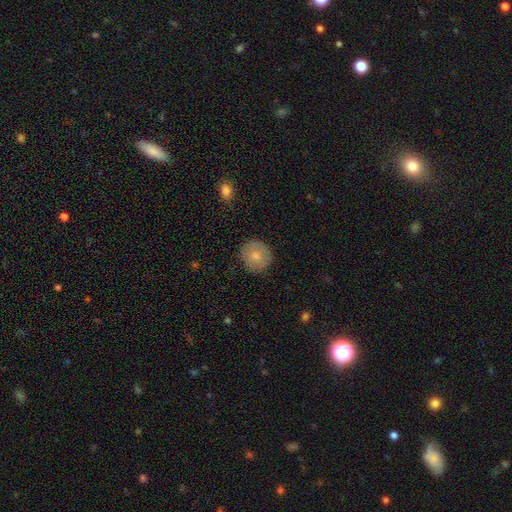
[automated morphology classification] smooth-or-featured: smooth: 76% | featured or disk: 17% | star or artifact: 7%
  how-rounded: round: 91% | in between: 8% | cigar-shaped: 1%
  merging: none: 86% | minor disturbance: 10% | major disturbance: 2% | merger: 1%